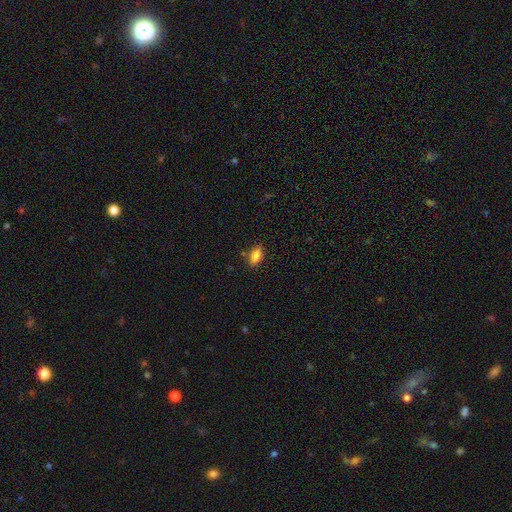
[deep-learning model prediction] Smooth or featured: smooth — 82% (featured or disk — 10%)
How rounded: in between — 87% (cigar-shaped — 9%)
Merging: none — 80% (minor disturbance — 13%)